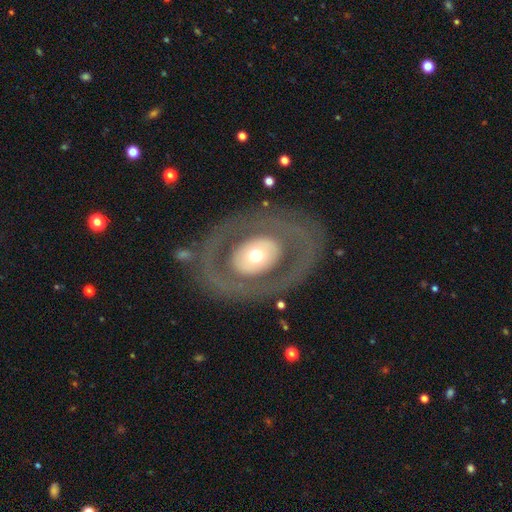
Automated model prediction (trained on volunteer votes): smooth_or_featured: featured or disk (p=0.59) [alt: smooth p=0.35]
disk_edge_on: no (p=0.92) [alt: yes p=0.08]
bar: no (p=0.89) [alt: weak p=0.07]
has_spiral_arms: no (p=0.86) [alt: yes p=0.14]
bulge_size: moderate (p=0.61) [alt: large p=0.22]
merging: none (p=0.80) [alt: minor disturbance p=0.09]